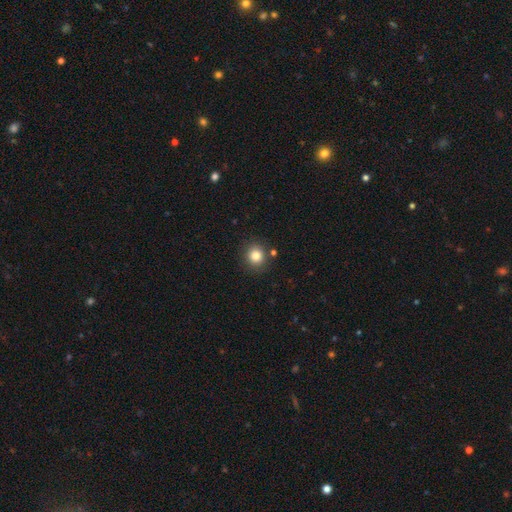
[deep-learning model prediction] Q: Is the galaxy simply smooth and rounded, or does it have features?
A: smooth — 83%.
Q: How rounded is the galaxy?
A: round — 87%.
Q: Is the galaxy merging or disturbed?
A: none — 85%.